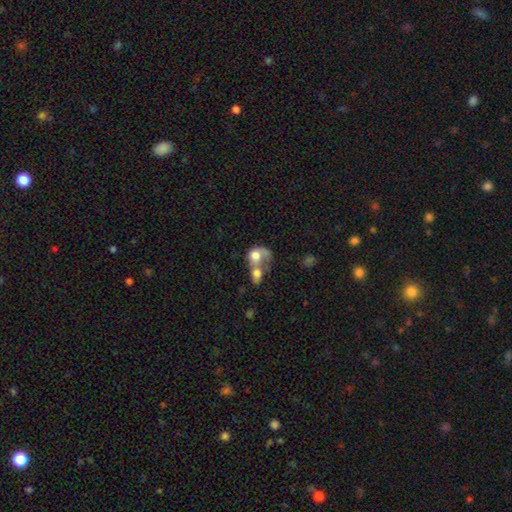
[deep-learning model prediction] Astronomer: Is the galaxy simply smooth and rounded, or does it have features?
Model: smooth — 59%.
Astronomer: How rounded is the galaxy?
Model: in between — 53% (runner-up: round, 45%).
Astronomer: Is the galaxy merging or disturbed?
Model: merger — 77%.